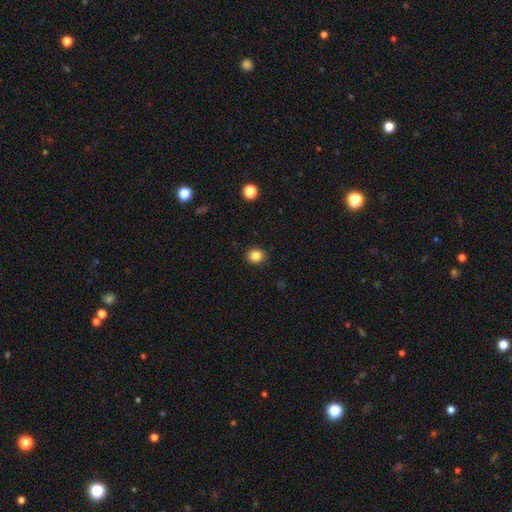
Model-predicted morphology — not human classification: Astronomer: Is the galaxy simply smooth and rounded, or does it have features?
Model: smooth — 85%.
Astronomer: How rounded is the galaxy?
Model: round — 73%.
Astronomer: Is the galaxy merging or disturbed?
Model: none — 90%.